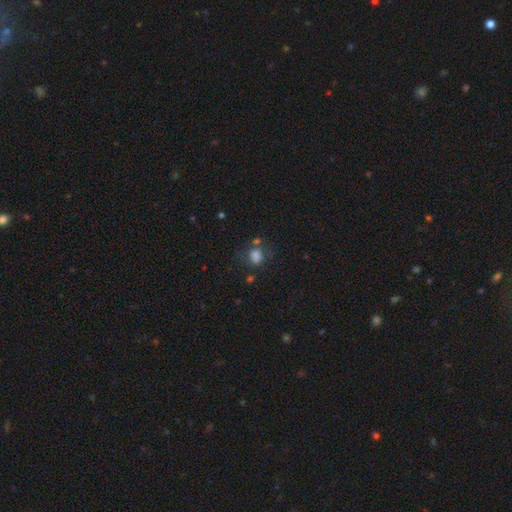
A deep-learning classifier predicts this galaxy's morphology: A smooth galaxy with no disk features (78%) that is round (51%). Merging: none (54%).